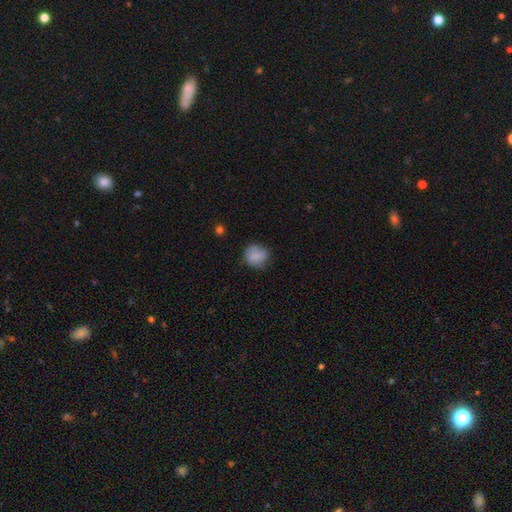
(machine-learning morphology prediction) Q: Smooth or featured?
A: smooth (77%); runner-up: featured or disk (14%)
Q: How rounded?
A: round (75%); runner-up: in between (23%)
Q: Merging?
A: none (66%); runner-up: minor disturbance (25%)